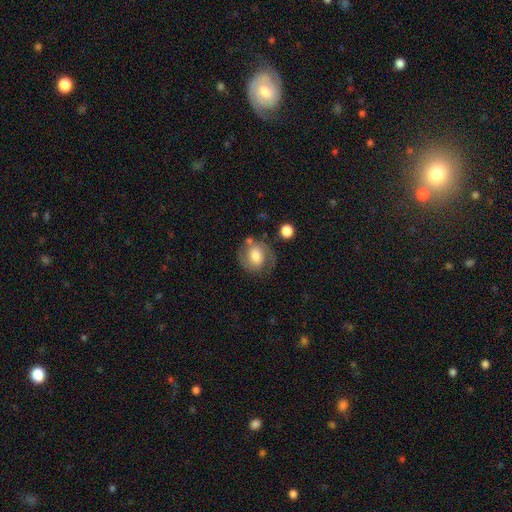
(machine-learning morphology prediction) smooth-or-featured: smooth: 51% | featured or disk: 41% | star or artifact: 8%
  how-rounded: round: 71% | in between: 28% | cigar-shaped: 1%
  merging: none: 64% | minor disturbance: 19% | major disturbance: 10% | merger: 6%